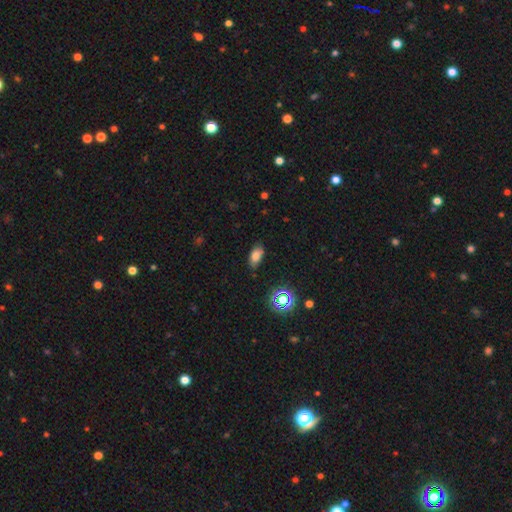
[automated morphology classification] A smooth galaxy with no disk features (77%) that is in between round and cigar-shaped (89%). Merging: none (82%).